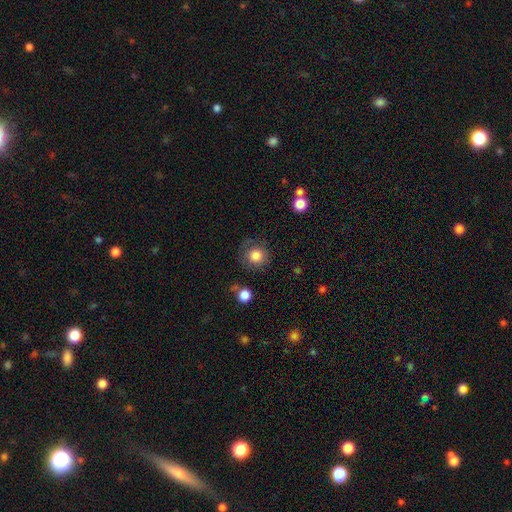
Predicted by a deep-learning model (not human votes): A smooth galaxy with no disk features (82%) that is round (92%).

Vote fractions:
- Smooth or featured? smooth: 82% / star or artifact: 10% / featured or disk: 9%
- How rounded? round: 92% / in between: 7% / cigar-shaped: 1%
- Merging? none: 75% / minor disturbance: 15% / major disturbance: 7% / merger: 3%